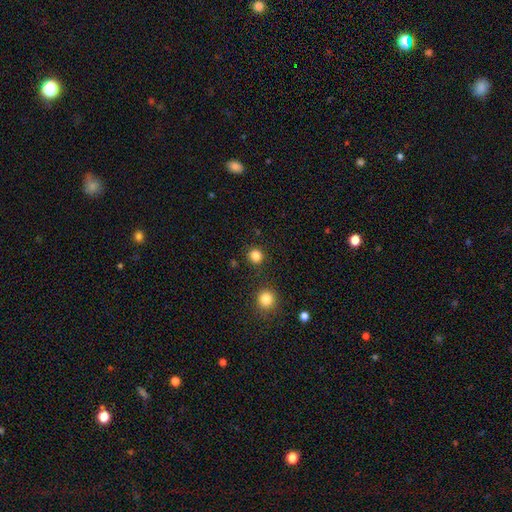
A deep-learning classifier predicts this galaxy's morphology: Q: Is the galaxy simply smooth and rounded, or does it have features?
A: smooth — 83%.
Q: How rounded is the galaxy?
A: round — 92%.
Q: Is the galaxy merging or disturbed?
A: none — 89%.